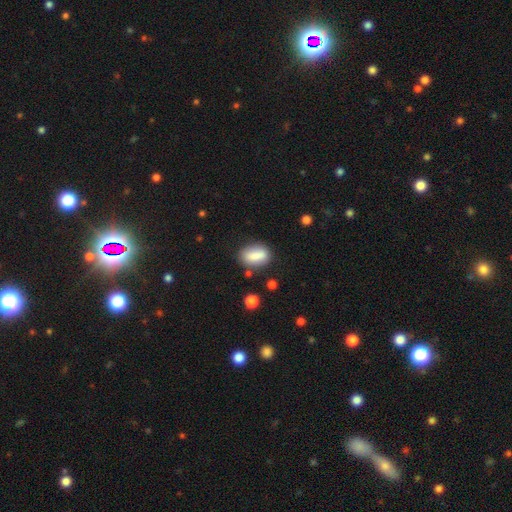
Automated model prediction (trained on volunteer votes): A smooth galaxy with no disk features (81%) that is in between round and cigar-shaped (85%).

Vote fractions:
- Smooth or featured? smooth: 81% / featured or disk: 11% / star or artifact: 8%
- How rounded? in between: 85% / round: 11% / cigar-shaped: 4%
- Merging? none: 75% / minor disturbance: 16% / merger: 5% / major disturbance: 4%